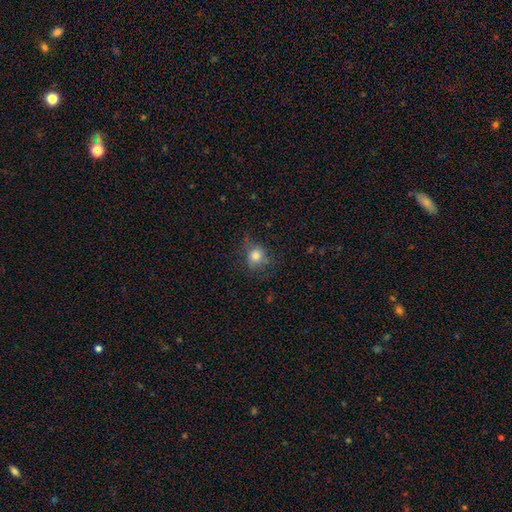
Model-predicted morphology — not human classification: Smooth or featured: smooth — 77% (star or artifact — 12%)
How rounded: round — 75% (in between — 24%)
Merging: none — 64% (minor disturbance — 23%)